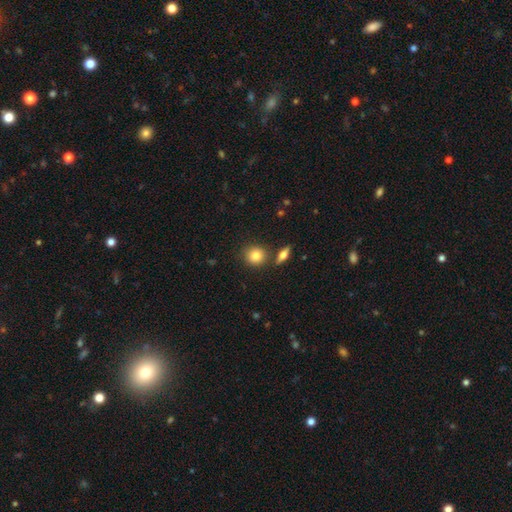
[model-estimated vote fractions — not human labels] Smooth or featured: smooth — 83% (featured or disk — 9%)
How rounded: round — 82% (in between — 16%)
Merging: none — 77% (merger — 11%)